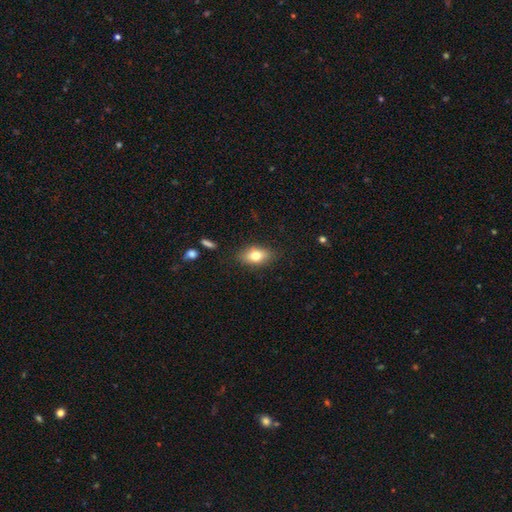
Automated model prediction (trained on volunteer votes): This is likely a smooth galaxy (77%). How rounded: clearly in between (84%). Merging: clearly none (84%).